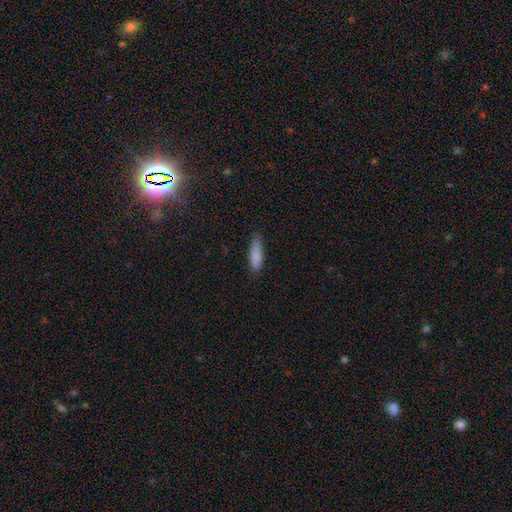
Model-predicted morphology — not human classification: Overall: smooth (86%). How rounded: cigar-shaped (63%; in between 35%). Merging: none (76%).